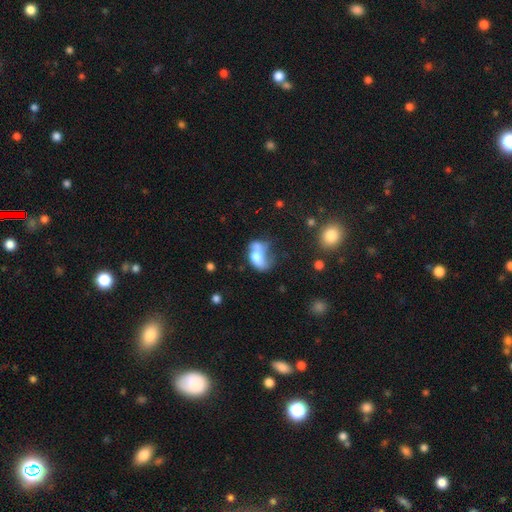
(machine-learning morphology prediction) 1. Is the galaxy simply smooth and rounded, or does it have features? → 57% smooth, 32% featured or disk, 11% star or artifact.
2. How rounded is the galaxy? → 82% in between, 15% round, 3% cigar-shaped.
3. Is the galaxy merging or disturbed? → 43% merger, 23% major disturbance, 18% none, 16% minor disturbance.